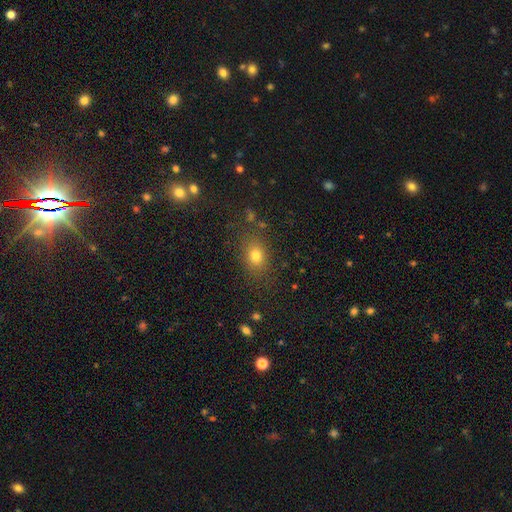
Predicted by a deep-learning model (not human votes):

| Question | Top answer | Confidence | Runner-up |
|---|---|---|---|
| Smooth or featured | smooth | 76% | star or artifact (15%) |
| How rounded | in between | 61% | round (37%) |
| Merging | none | 81% | minor disturbance (12%) |